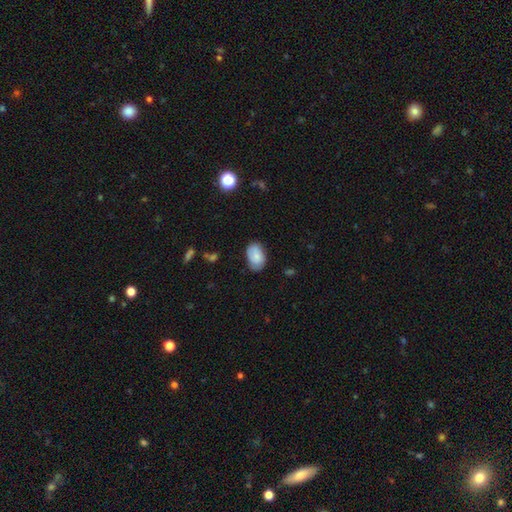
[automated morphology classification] Smooth or featured? smooth (76%)
How rounded? in between (91%)
Merging? none (70%)